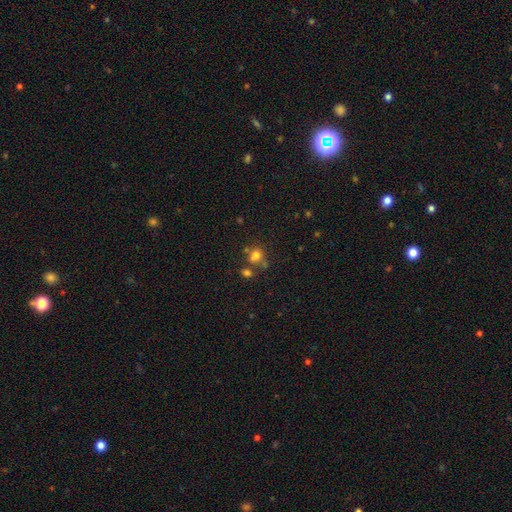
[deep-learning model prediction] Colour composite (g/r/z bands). It shows a smooth galaxy with no disk features (72%) that is round (61%). Merging: none (51%).